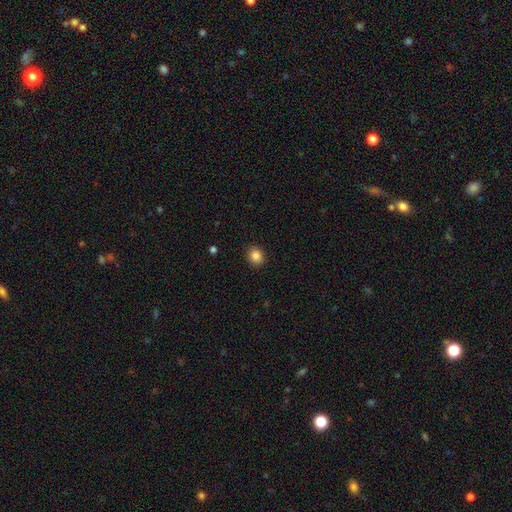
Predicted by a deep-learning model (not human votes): Smooth or featured: smooth — 86% (star or artifact — 10%)
How rounded: round — 76% (in between — 23%)
Merging: none — 91% (minor disturbance — 6%)